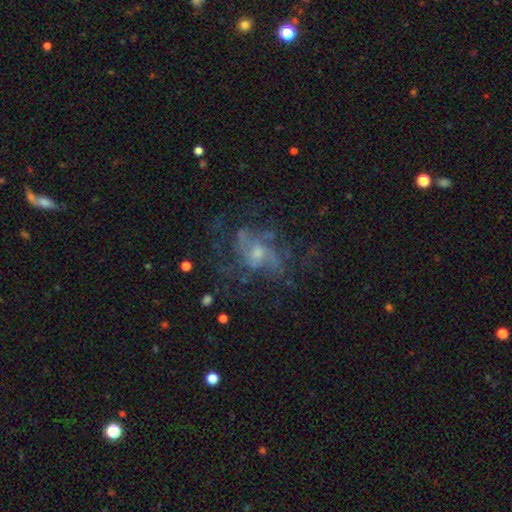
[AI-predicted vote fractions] The model was most divided on "bulge size": small: 53%, moderate: 35%, none: 7%, large: 4%, dominant: 1%. More confident: edge-on disk — no (96%); spiral arms — yes (72%); bar — no (70%); smooth or featured — featured or disk (68%); merging — none (60%).